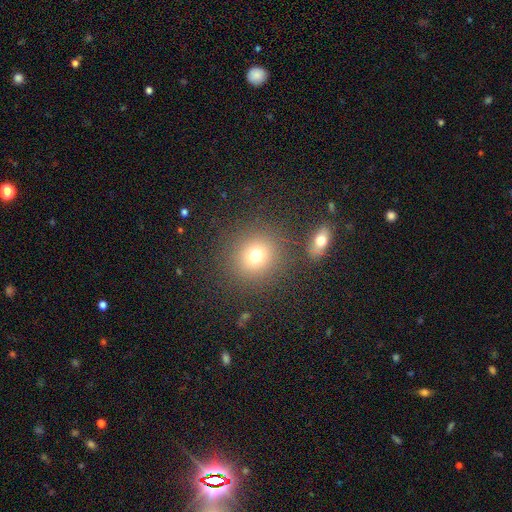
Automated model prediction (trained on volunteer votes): Smooth or featured? Predicted: smooth (p=0.74). How rounded? Predicted: round (p=0.88). Merging? Predicted: none (p=0.82).